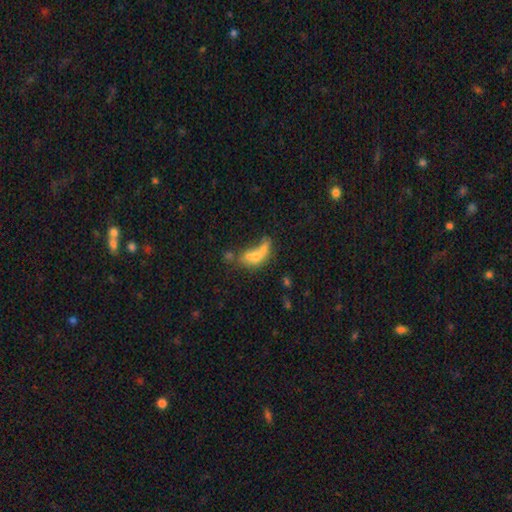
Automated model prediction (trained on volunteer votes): Smooth or featured? Predicted: smooth (p=0.53). How rounded? Predicted: in between (p=0.65). Merging? Predicted: merger (p=0.54).